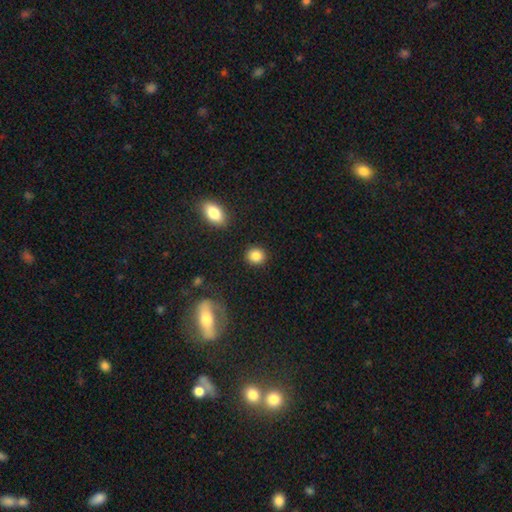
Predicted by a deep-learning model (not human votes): This is clearly a smooth galaxy (87%). How rounded: likely round (79%). Merging: clearly none (89%).